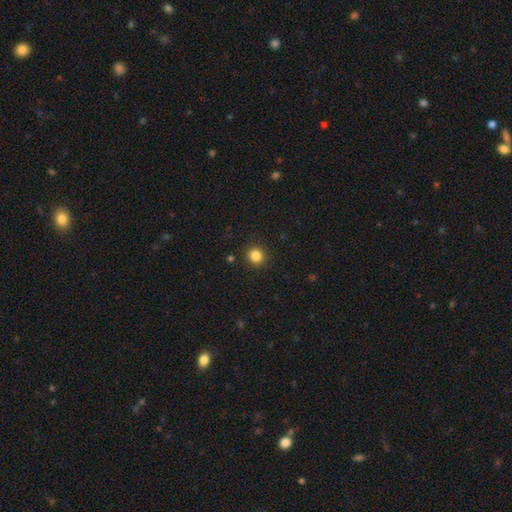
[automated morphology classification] smooth-or-featured: smooth: 84% | star or artifact: 12% | featured or disk: 4%
  how-rounded: round: 91% | in between: 8% | cigar-shaped: 1%
  merging: none: 91% | minor disturbance: 5% | major disturbance: 2% | merger: 1%